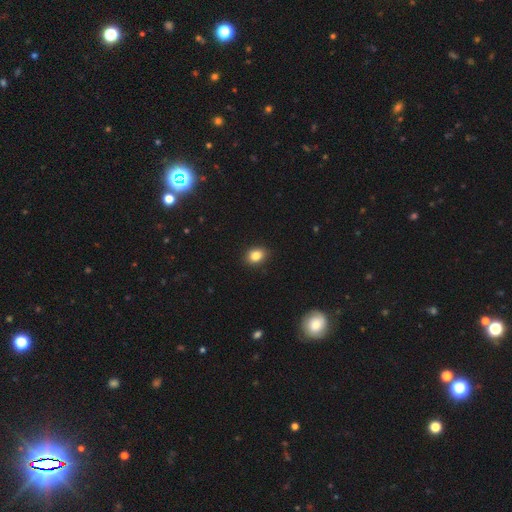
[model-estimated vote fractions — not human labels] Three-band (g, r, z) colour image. It shows a smooth galaxy with no disk features (85%) that is in between round and cigar-shaped (62%). Merging: none (89%).